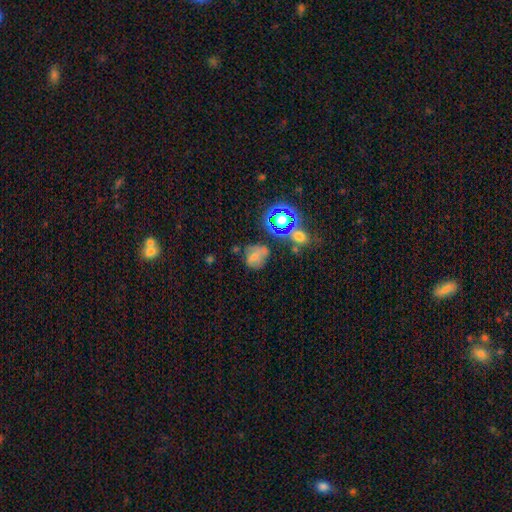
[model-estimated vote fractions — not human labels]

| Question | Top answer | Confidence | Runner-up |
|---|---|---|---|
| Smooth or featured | smooth | 54% | featured or disk (24%) |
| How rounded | round | 58% | in between (40%) |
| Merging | none | 51% | minor disturbance (25%) |